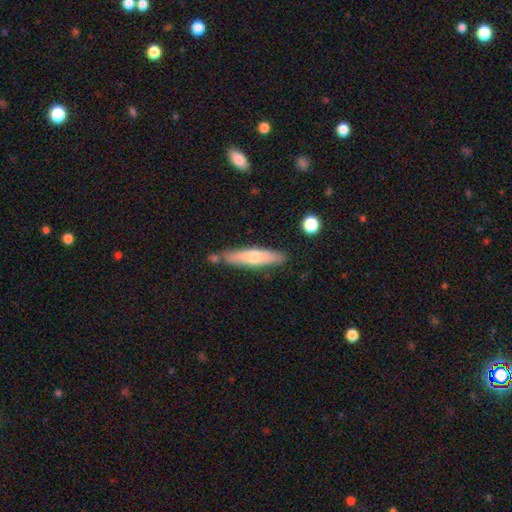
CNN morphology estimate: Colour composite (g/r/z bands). It shows a smooth galaxy with no disk features (59%) that is cigar-shaped (81%). Merging: none (77%).